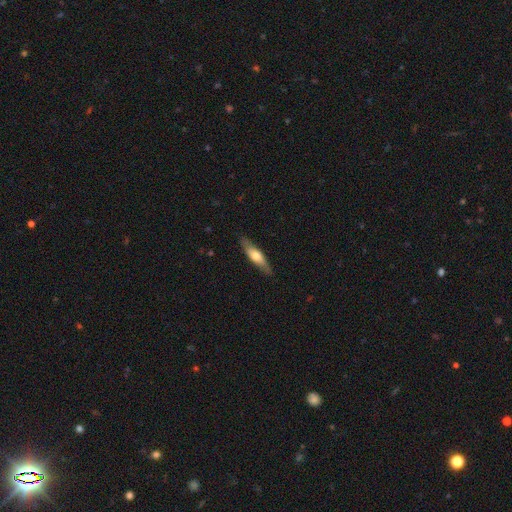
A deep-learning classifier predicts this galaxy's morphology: smooth-or-featured: smooth: 51% | featured or disk: 43% | star or artifact: 5%
  how-rounded: cigar-shaped: 70% | in between: 28% | round: 2%
  merging: none: 85% | minor disturbance: 11% | major disturbance: 2% | merger: 1%